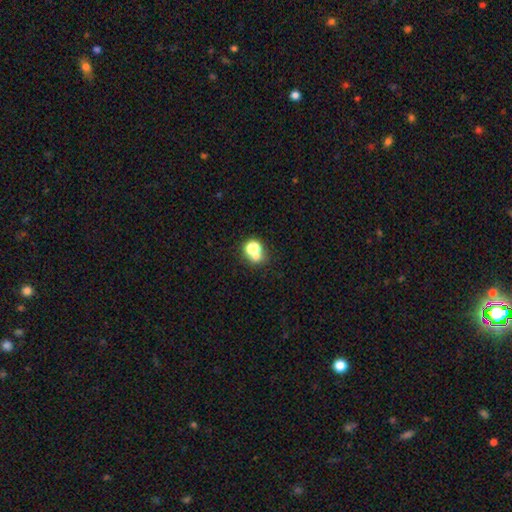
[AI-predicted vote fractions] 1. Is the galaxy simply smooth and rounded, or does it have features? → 66% smooth, 21% star or artifact, 14% featured or disk.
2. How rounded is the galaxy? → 73% round, 26% in between, 1% cigar-shaped.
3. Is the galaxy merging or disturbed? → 47% none, 39% merger, 9% minor disturbance, 6% major disturbance.